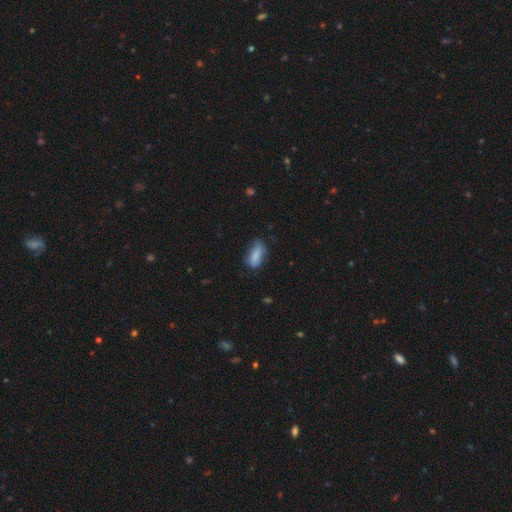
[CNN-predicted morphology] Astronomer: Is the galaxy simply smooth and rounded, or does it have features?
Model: smooth — 80%.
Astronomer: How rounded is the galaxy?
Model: in between — 78%.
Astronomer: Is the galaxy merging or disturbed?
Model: none — 54% (runner-up: minor disturbance, 32%).